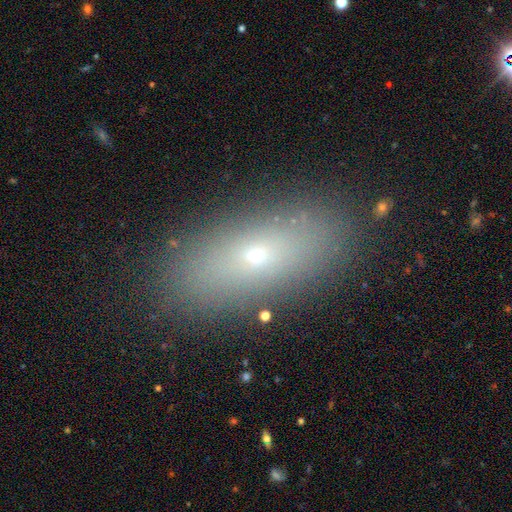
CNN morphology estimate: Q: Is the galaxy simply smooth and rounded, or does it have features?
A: smooth — 60%.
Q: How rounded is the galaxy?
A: in between — 70%.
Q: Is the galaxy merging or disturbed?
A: none — 86%.